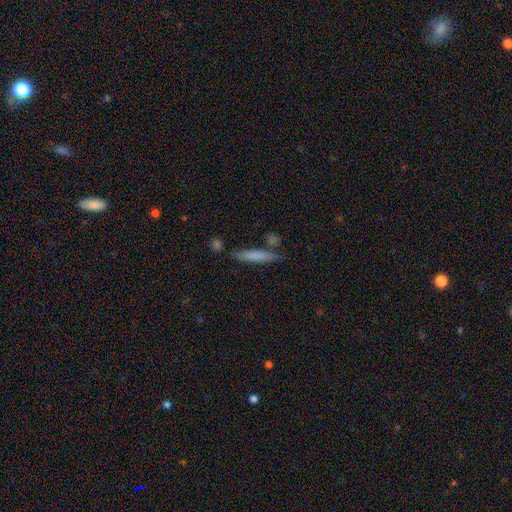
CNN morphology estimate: smooth_or_featured: smooth (p=0.72) [alt: featured or disk p=0.22]
how_rounded: cigar-shaped (p=0.91) [alt: in between p=0.08]
merging: none (p=0.76) [alt: minor disturbance p=0.14]